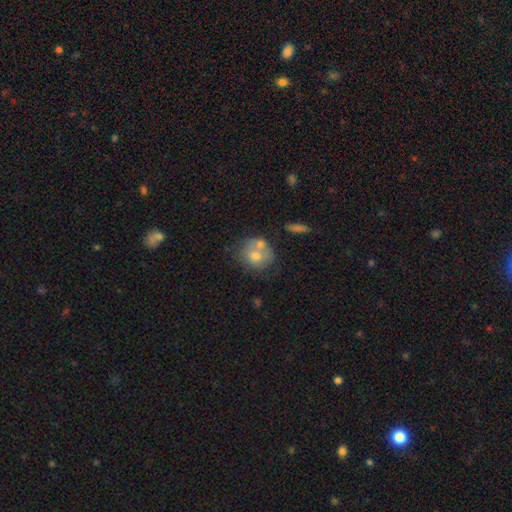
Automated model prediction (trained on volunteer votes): A smooth galaxy with no disk features (65%) that is round (77%).

Vote fractions:
- Smooth or featured? smooth: 65% / featured or disk: 26% / star or artifact: 9%
- How rounded? round: 77% / in between: 22% / cigar-shaped: 1%
- Merging? merger: 42% / none: 40% / minor disturbance: 13% / major disturbance: 5%